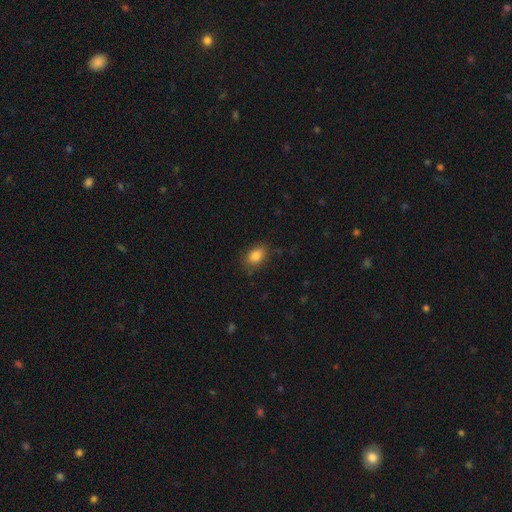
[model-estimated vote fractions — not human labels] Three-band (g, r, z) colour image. It shows a smooth galaxy with no disk features (84%) that is in between round and cigar-shaped (82%). Merging: none (82%).